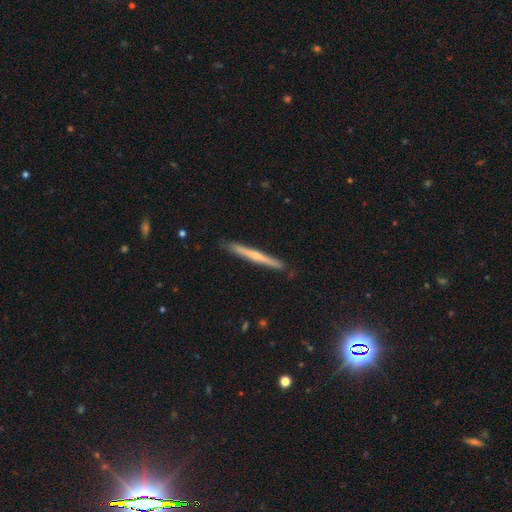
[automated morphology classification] smooth-or-featured: featured or disk: 58% | smooth: 36% | star or artifact: 6%
  disk-edge-on: yes: 97% | no: 3%
    edge-on-bulge: rounded: 56% | none: 40% | boxy: 4%
  merging: none: 90% | minor disturbance: 8% | major disturbance: 1% | merger: 1%